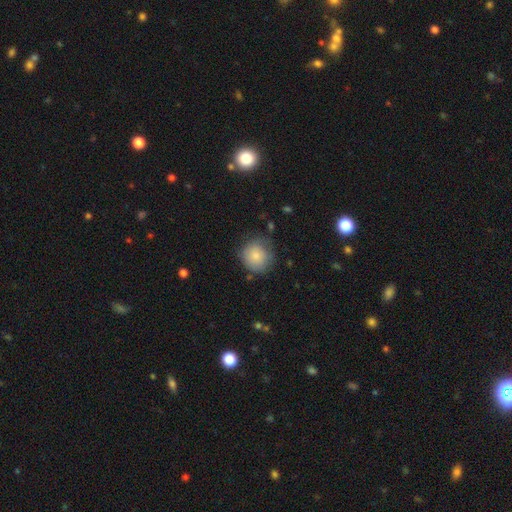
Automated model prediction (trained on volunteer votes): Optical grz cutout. It shows a smooth galaxy with no disk features (82%) that is round (90%). Merging: none (71%).